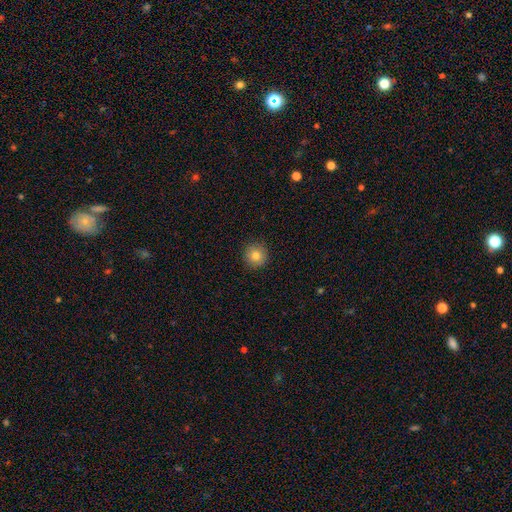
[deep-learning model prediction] Q: Smooth or featured?
A: smooth (81%); runner-up: star or artifact (11%)
Q: How rounded?
A: round (95%); runner-up: in between (4%)
Q: Merging?
A: none (92%); runner-up: minor disturbance (6%)